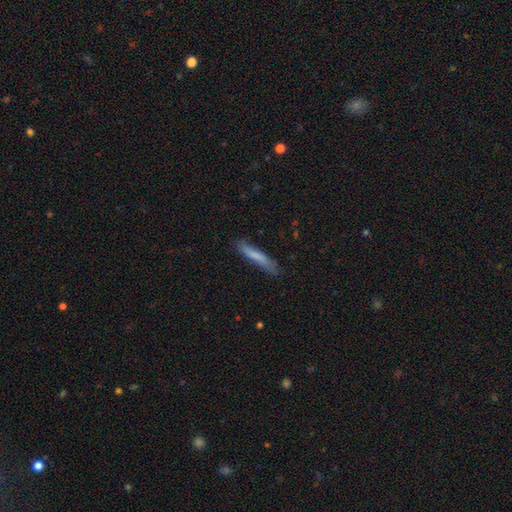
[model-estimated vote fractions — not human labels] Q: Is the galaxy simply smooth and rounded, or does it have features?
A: smooth — 71%.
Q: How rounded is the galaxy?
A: cigar-shaped — 92%.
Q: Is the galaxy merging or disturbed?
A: none — 78%.